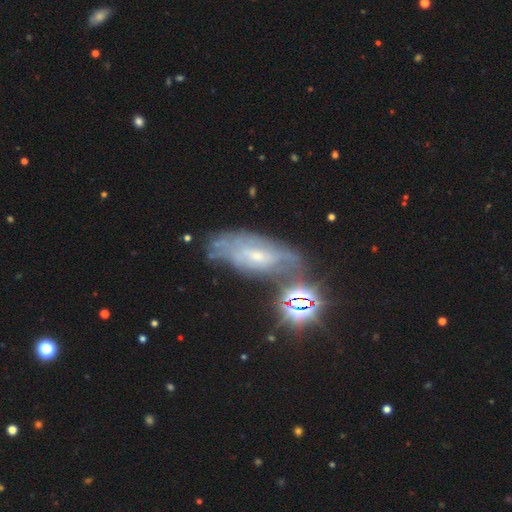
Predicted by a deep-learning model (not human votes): Smooth or featured? featured or disk (58%)
Edge-on disk? no (84%)
Merging? none (53%)